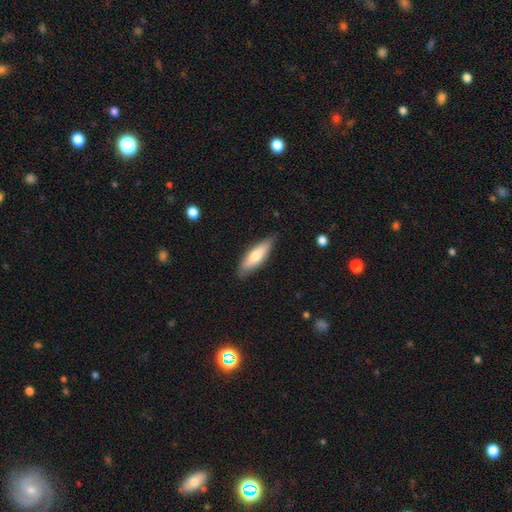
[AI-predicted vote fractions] This appears to be a smooth galaxy with no disk features (65%) that is cigar-shaped (57%). Merging: none (83%).